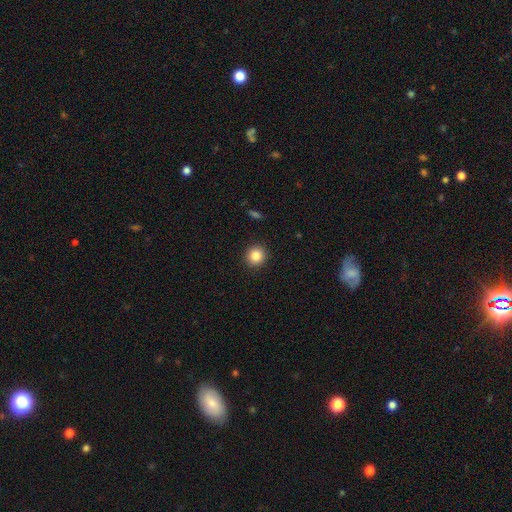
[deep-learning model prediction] This is clearly a smooth galaxy (86%). How rounded: clearly round (93%). Merging: clearly none (92%).